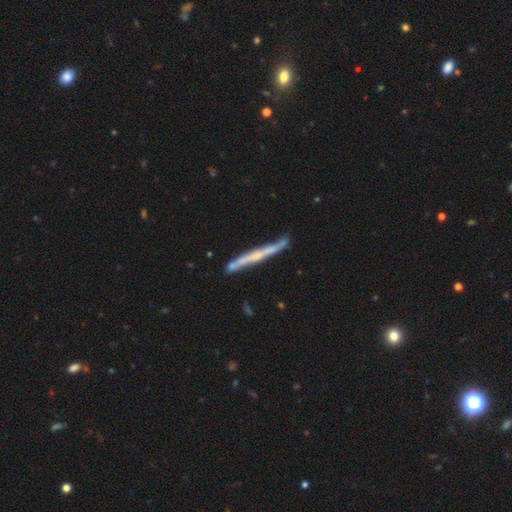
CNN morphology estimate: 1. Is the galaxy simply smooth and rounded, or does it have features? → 63% featured or disk, 31% smooth, 6% star or artifact.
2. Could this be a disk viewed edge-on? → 92% yes, 8% no.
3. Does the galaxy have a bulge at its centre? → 67% none, 23% rounded, 10% boxy.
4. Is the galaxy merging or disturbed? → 77% none, 17% minor disturbance, 3% merger, 3% major disturbance.